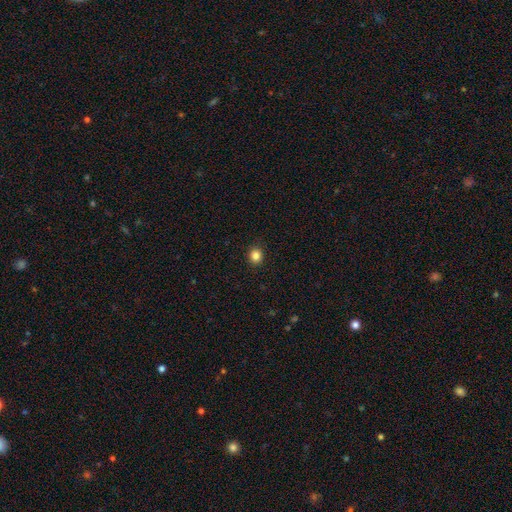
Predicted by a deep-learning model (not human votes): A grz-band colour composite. It shows a smooth galaxy with no disk features (85%) that is round (81%). Merging: none (91%).